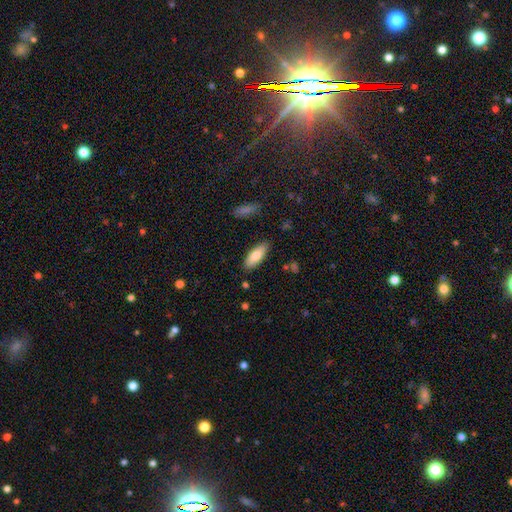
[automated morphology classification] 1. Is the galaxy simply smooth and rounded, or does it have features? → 82% smooth, 12% featured or disk, 6% star or artifact.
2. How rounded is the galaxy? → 75% in between, 24% cigar-shaped, 2% round.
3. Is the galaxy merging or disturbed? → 84% none, 11% minor disturbance, 2% major disturbance, 2% merger.